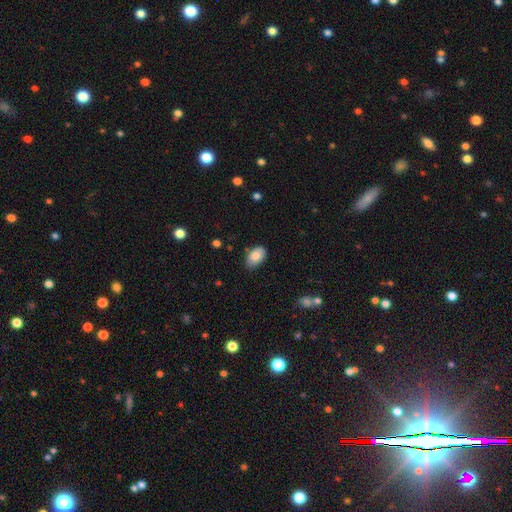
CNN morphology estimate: The model was most divided on "merging": none: 74%, minor disturbance: 21%, major disturbance: 3%, merger: 2%. More confident: how rounded — in between (91%); smooth or featured — smooth (84%).